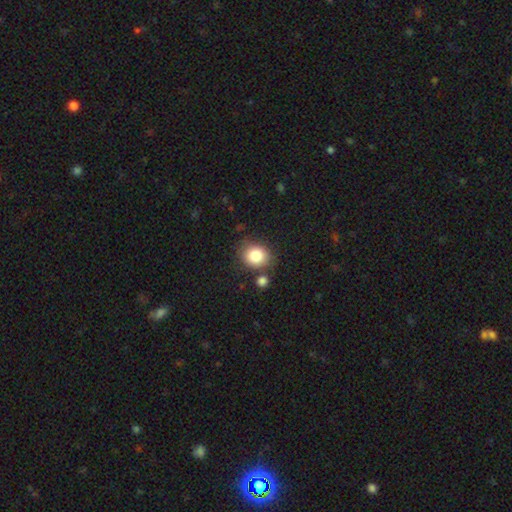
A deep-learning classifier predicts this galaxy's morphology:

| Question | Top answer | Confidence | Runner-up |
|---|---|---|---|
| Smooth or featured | smooth | 83% | star or artifact (9%) |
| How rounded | round | 63% | in between (36%) |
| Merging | none | 72% | minor disturbance (14%) |